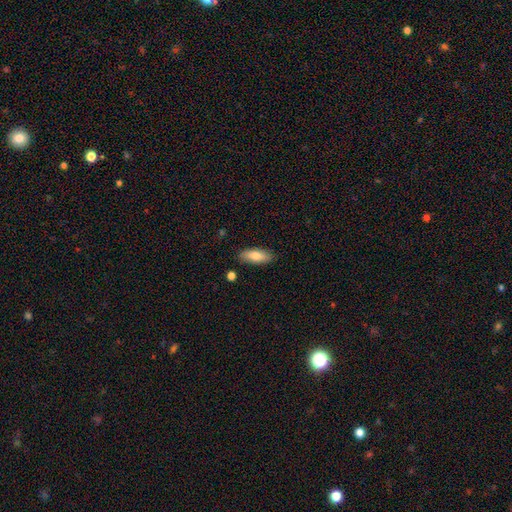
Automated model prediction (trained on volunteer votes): Overall: smooth (78%). How rounded: in between (71%). Merging: none (85%).